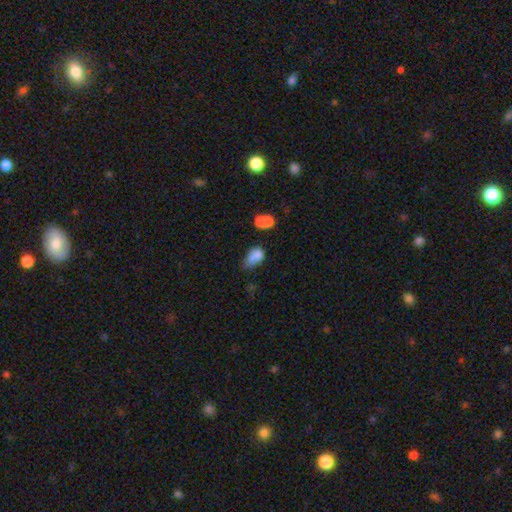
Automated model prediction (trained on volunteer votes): Smooth or featured? Predicted: smooth (p=0.73). How rounded? Predicted: in between (p=0.82). Merging? Predicted: minor disturbance (p=0.35).